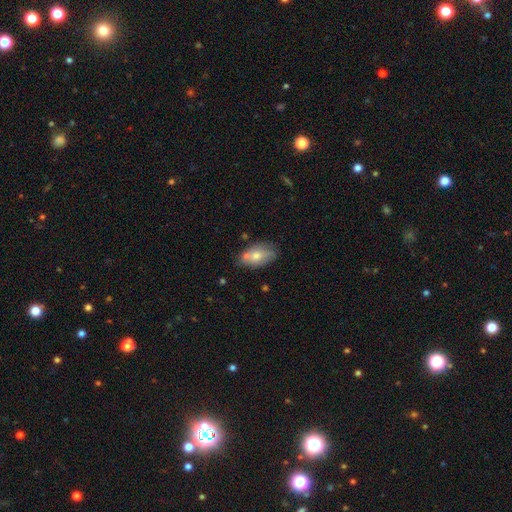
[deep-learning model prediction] smooth 66%, featured or disk 26%, star or artifact 7%. Down the decision tree: how rounded — in between (90%); merging — none (61%).